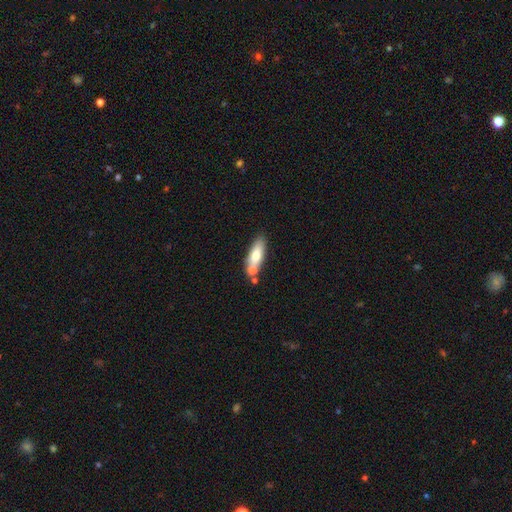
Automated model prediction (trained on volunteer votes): This appears to be a smooth galaxy with no disk features (68%) that is in between round and cigar-shaped (62%). Merging: none (55%).